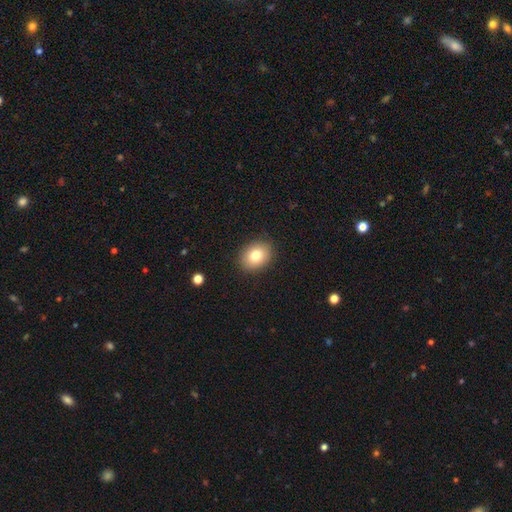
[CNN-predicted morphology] smooth 80%, featured or disk 11%, star or artifact 9%. Down the decision tree: how rounded — in between (54%); merging — none (89%).